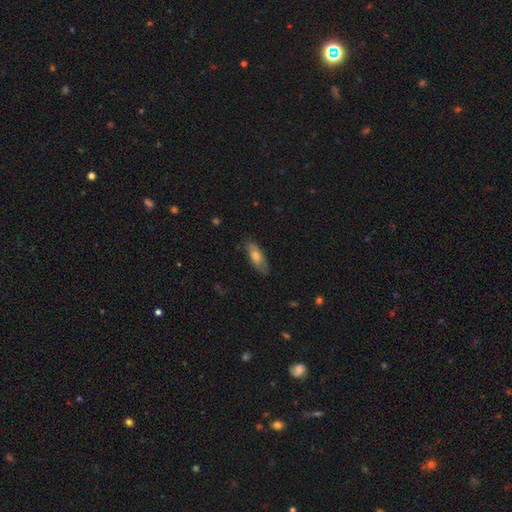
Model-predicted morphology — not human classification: Smooth or featured? smooth (63%)
How rounded? in between (63%)
Merging? none (79%)